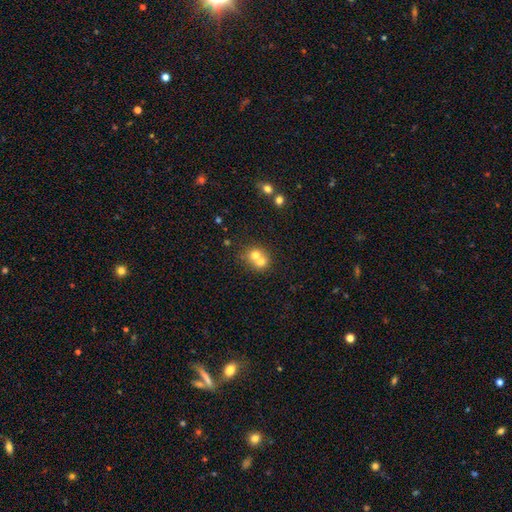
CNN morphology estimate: This appears to be a smooth galaxy with no disk features (68%) that is round (78%). Merging: merger (63%).